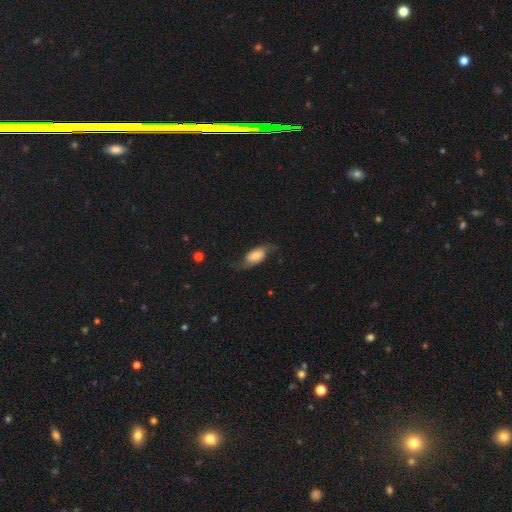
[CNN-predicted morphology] This is possibly a featured or disk galaxy (54%). It is clearly not viewed edge-on (90%). Merging: likely none (62%).